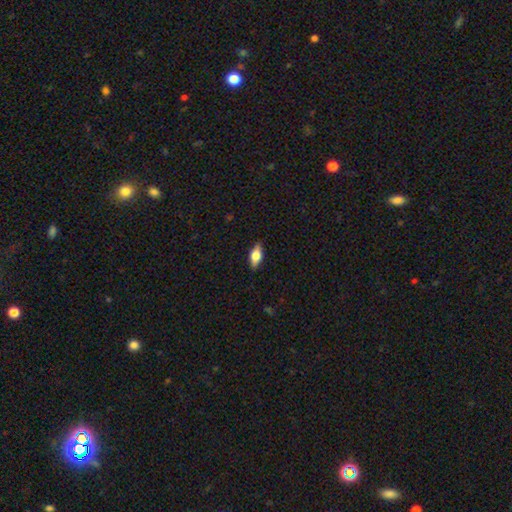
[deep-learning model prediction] Smooth or featured?
  - smooth: 58% *
  - featured or disk: 34%
  - star or artifact: 8%
How rounded?
  - in between: 80% *
  - cigar-shaped: 15%
  - round: 5%
Merging?
  - none: 85% *
  - minor disturbance: 12%
  - major disturbance: 2%
  - merger: 1%